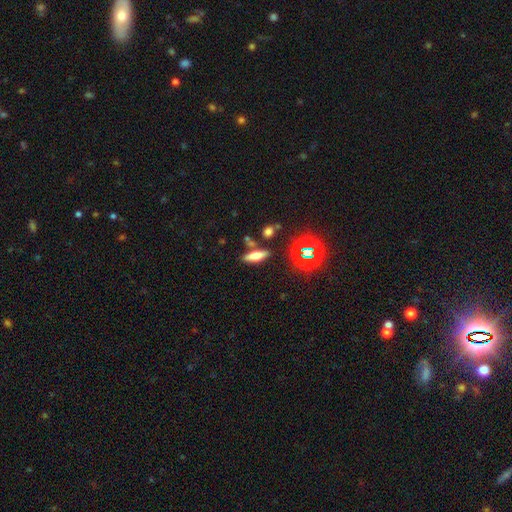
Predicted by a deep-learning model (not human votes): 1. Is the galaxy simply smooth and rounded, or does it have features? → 57% smooth, 25% featured or disk, 18% star or artifact.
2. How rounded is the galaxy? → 51% cigar-shaped, 43% in between, 6% round.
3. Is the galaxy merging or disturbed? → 77% none, 11% minor disturbance, 8% merger, 4% major disturbance.